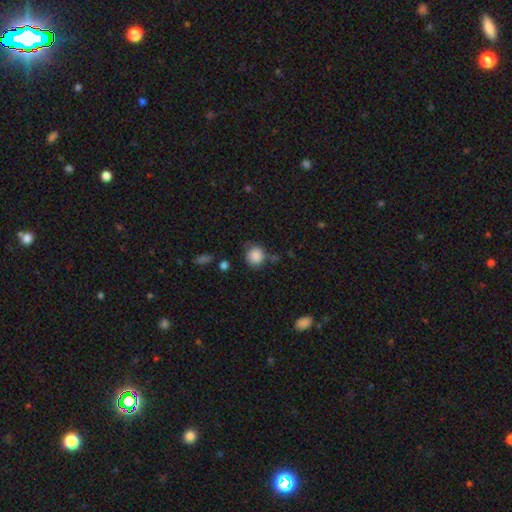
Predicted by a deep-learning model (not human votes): Smooth or featured: smooth — 87% (star or artifact — 9%)
How rounded: round — 85% (in between — 14%)
Merging: none — 68% (minor disturbance — 21%)